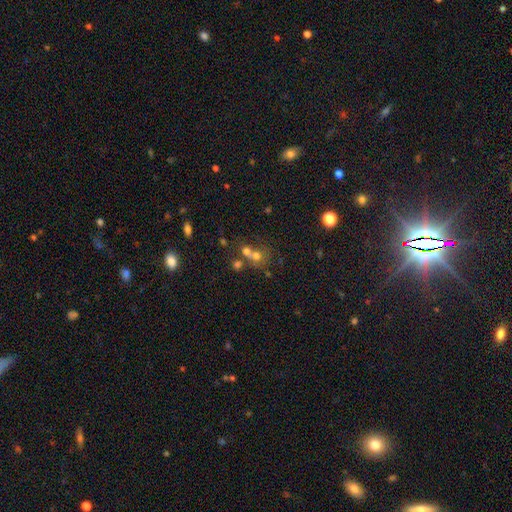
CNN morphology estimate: Overall: smooth (59%; featured or disk 20%). How rounded: round (75%). Merging: merger (53%; none 35%).